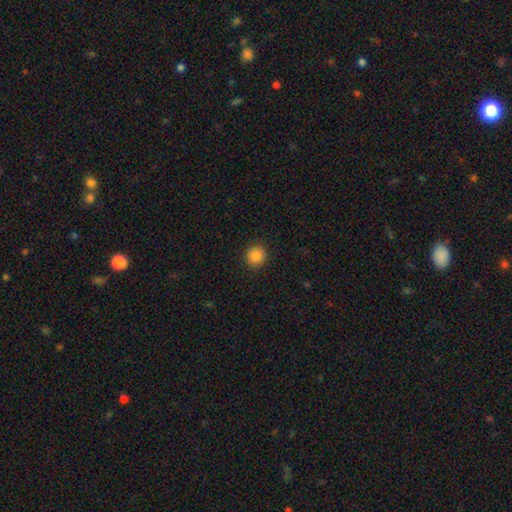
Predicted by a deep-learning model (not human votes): Smooth or featured? Predicted: smooth (p=0.86). How rounded? Predicted: round (p=0.89). Merging? Predicted: none (p=0.91).